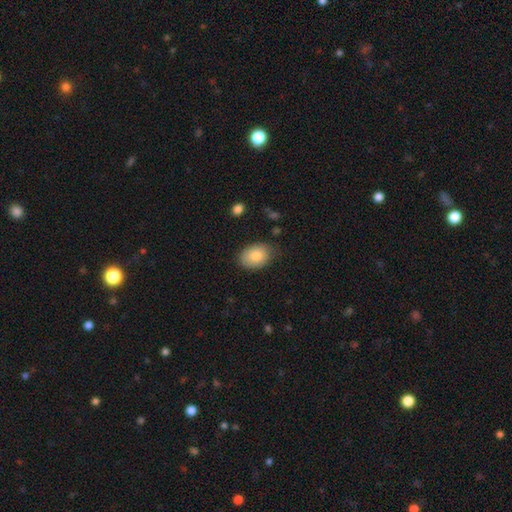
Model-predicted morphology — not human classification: smooth 83%, featured or disk 10%, star or artifact 7%. Down the decision tree: how rounded — in between (78%); merging — none (77%).